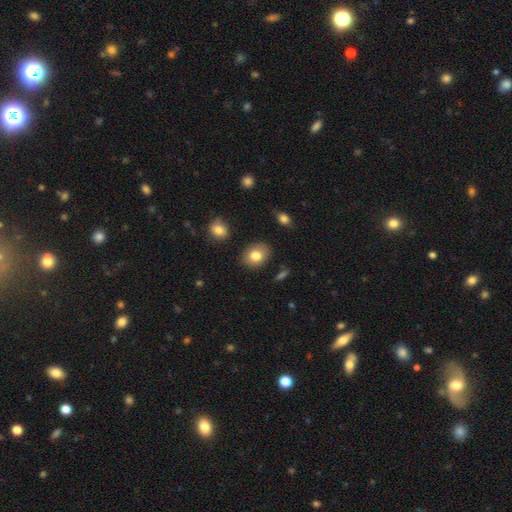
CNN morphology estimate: A smooth galaxy with no disk features (81%) that is in between round and cigar-shaped (57%). Merging: none (87%).